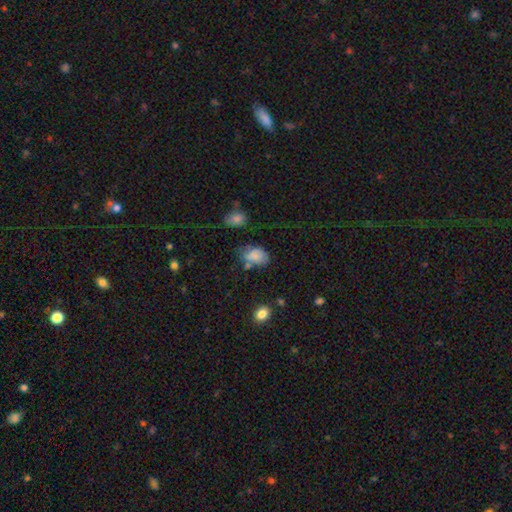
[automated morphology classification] smooth 78%, featured or disk 12%, star or artifact 10%. Down the decision tree: how rounded — in between (84%); merging — none (47%).